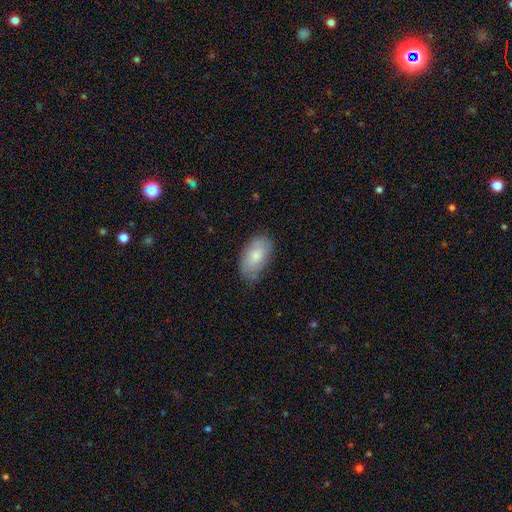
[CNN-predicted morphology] smooth-or-featured: smooth: 71% | featured or disk: 23% | star or artifact: 6%
  how-rounded: in between: 94% | round: 4% | cigar-shaped: 2%
  merging: none: 69% | minor disturbance: 25% | major disturbance: 5% | merger: 1%